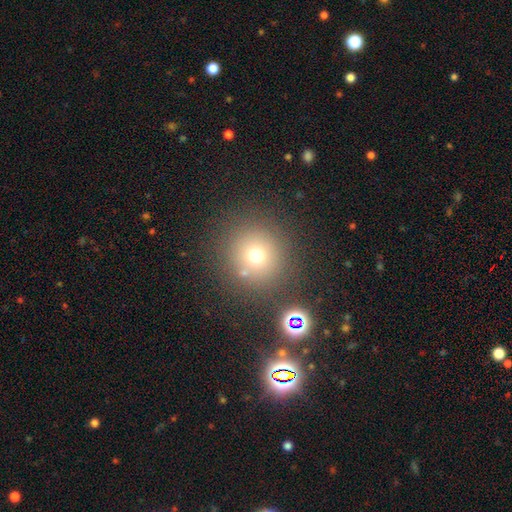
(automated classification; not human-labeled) A smooth galaxy with no disk features (69%) that is round (93%).

Vote fractions:
- Smooth or featured? smooth: 69% / star or artifact: 19% / featured or disk: 11%
- How rounded? round: 93% / in between: 6% / cigar-shaped: 1%
- Merging? none: 81% / minor disturbance: 8% / merger: 7% / major disturbance: 4%